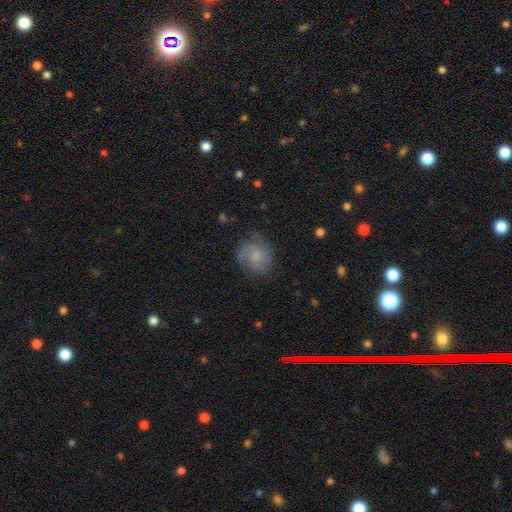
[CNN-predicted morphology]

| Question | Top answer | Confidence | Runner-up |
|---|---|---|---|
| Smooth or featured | smooth | 50% | featured or disk (41%) |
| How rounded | round | 73% | in between (26%) |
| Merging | none | 64% | minor disturbance (24%) |